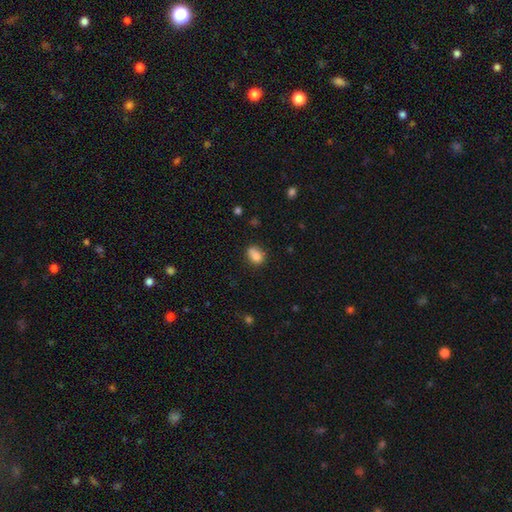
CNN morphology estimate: A smooth galaxy with no disk features (80%) that is in between round and cigar-shaped (64%). Merging: none (54%).